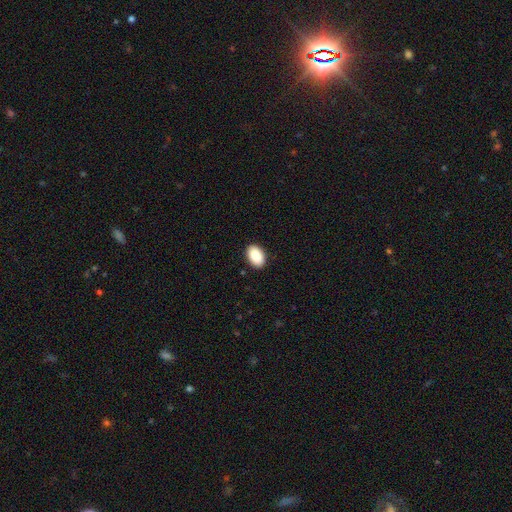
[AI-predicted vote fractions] This appears to be a smooth galaxy with no disk features (91%) that is in between round and cigar-shaped (91%). Merging: none (90%).